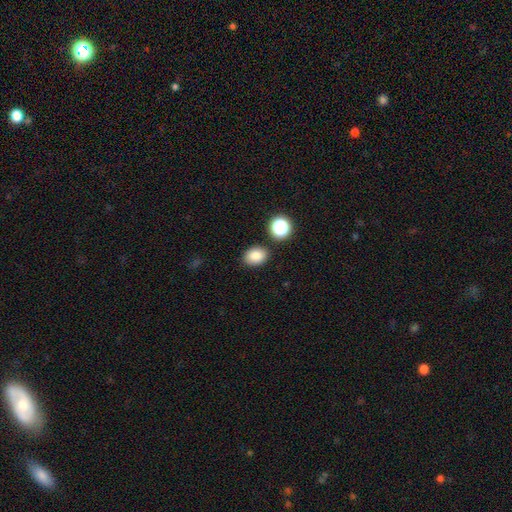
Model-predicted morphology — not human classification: A smooth galaxy with no disk features (84%) that is in between round and cigar-shaped (63%).

Vote fractions:
- Smooth or featured? smooth: 84% / star or artifact: 11% / featured or disk: 5%
- How rounded? in between: 63% / round: 36% / cigar-shaped: 1%
- Merging? none: 84% / minor disturbance: 9% / merger: 5% / major disturbance: 2%